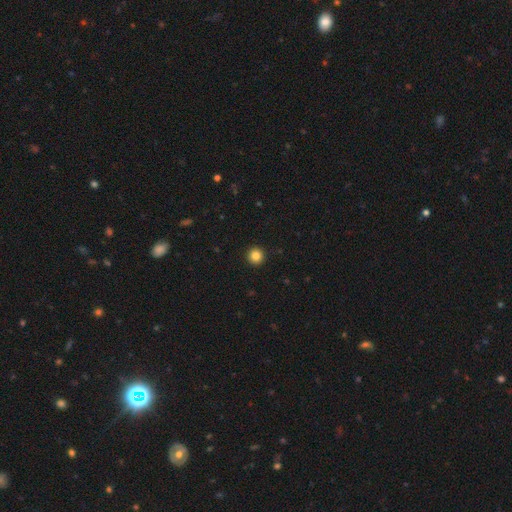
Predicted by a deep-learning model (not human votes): Smooth or featured? Predicted: smooth (p=0.84). How rounded? Predicted: round (p=0.96). Merging? Predicted: none (p=0.94).